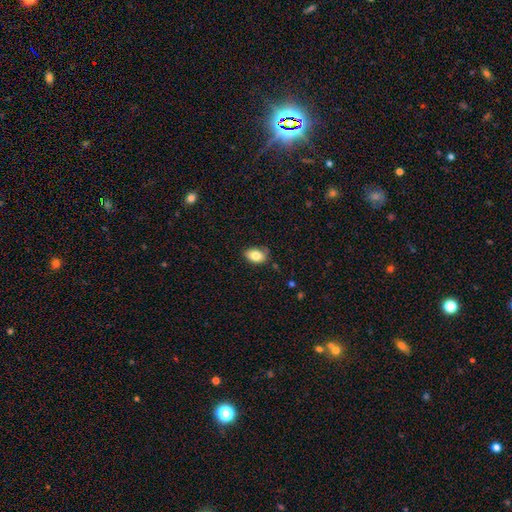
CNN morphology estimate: Q: Smooth or featured?
A: smooth (81%); runner-up: featured or disk (11%)
Q: How rounded?
A: in between (88%); runner-up: round (11%)
Q: Merging?
A: none (74%); runner-up: minor disturbance (20%)